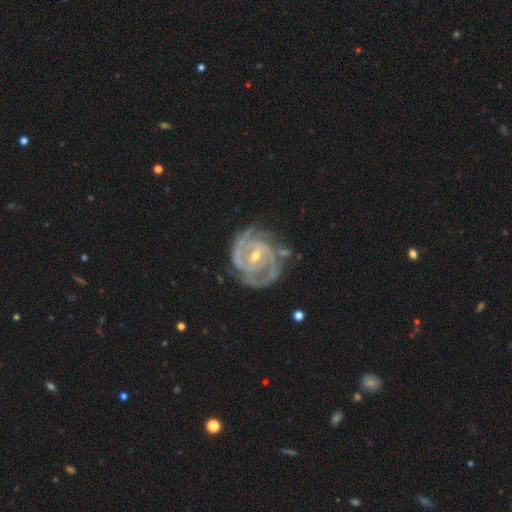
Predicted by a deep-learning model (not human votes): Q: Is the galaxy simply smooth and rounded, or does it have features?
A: featured or disk — 92%.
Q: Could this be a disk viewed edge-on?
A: no — 98%.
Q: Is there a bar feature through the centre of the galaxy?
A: weak — 46%.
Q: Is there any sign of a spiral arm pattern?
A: yes — 98%.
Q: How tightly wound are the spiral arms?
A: tight — 64%.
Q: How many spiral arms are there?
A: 2 — 48%.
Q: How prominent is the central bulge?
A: small — 58%.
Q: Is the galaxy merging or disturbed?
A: none — 68%.